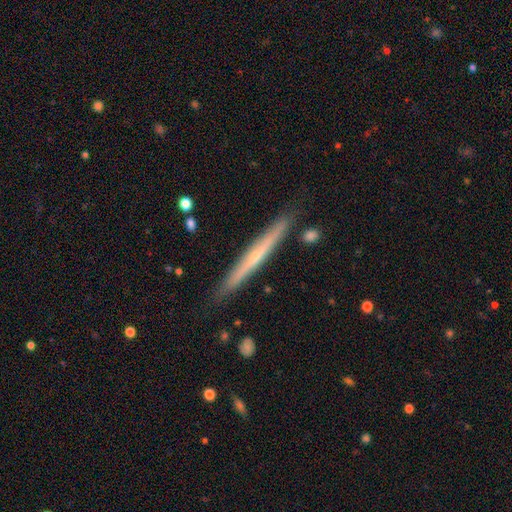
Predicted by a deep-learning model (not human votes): smooth-or-featured: featured or disk: 64% | smooth: 30% | star or artifact: 6%
  disk-edge-on: yes: 96% | no: 4%
    edge-on-bulge: none: 48% (tied) | rounded: 48% (tied) | boxy: 3%
  merging: none: 88% | minor disturbance: 8% | merger: 2% | major disturbance: 1%